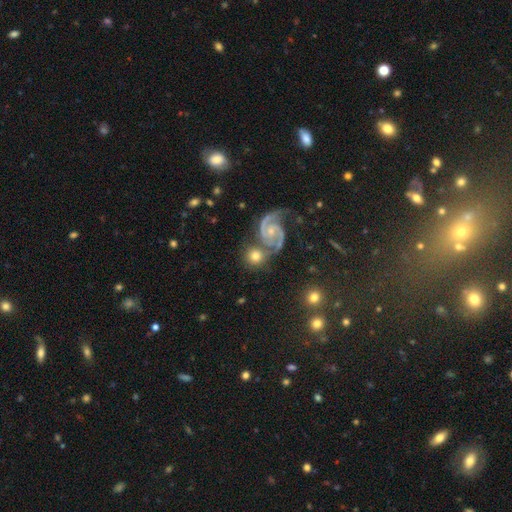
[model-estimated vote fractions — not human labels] This is possibly a featured or disk galaxy (55%). It is clearly not viewed edge-on (96%). Bar: possibly no (55%). Spiral arm pattern: clearly yes (94%). Central bulge: possibly small (58%). Merging: likely none (63%).